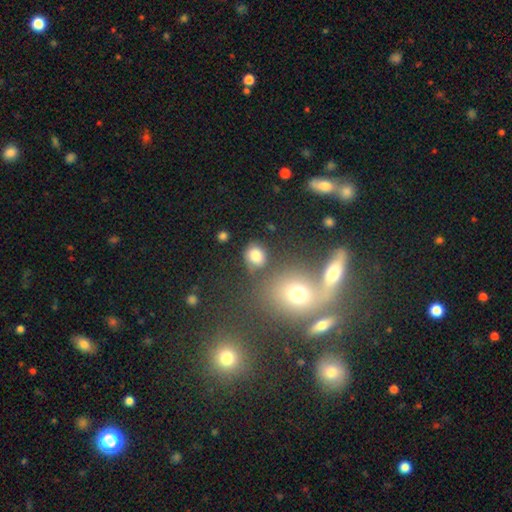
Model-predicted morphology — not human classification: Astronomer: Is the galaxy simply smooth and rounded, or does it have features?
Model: smooth — 78%.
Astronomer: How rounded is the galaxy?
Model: round — 58% (runner-up: in between, 40%).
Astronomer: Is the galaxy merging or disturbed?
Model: none — 63%.